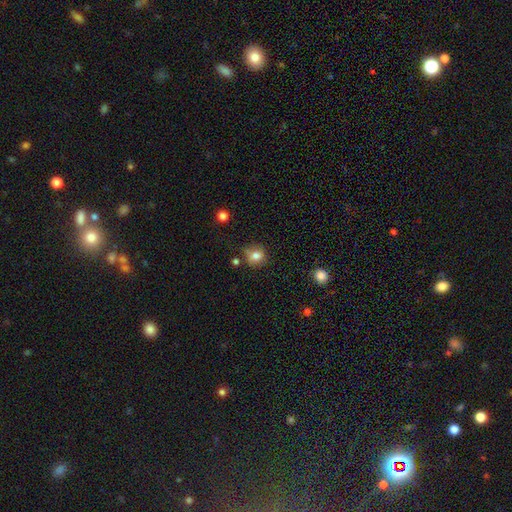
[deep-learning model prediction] Overall: smooth (78%). How rounded: round (84%). Merging: none (74%).